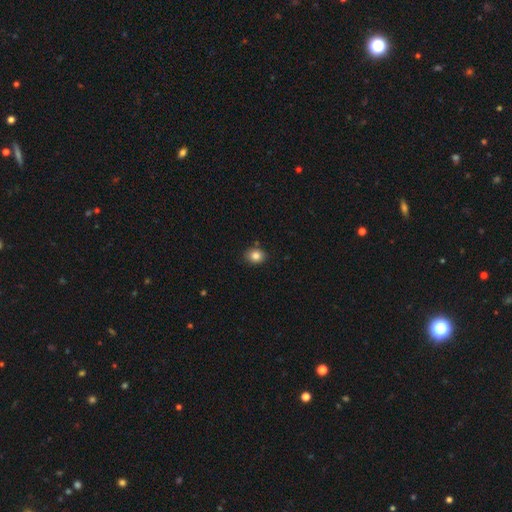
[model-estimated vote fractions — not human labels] Morphology: type=smooth (83%); roundness=round (58%); merging=none (85%).